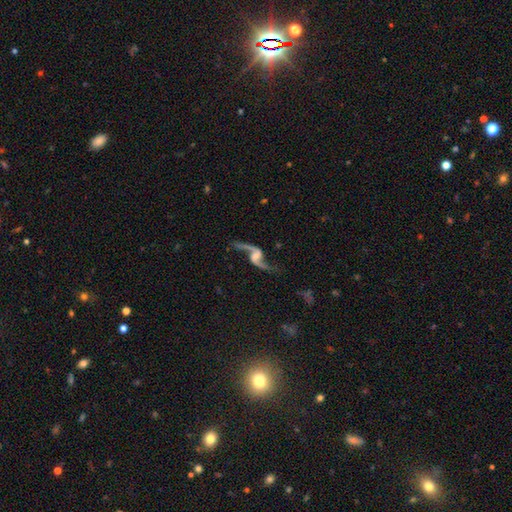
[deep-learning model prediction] Smooth or featured? featured or disk (91%)
Edge-on disk? no (97%)
Bar? weak (44%)
Spiral arms? yes (97%)
Spiral winding? loose (89%)
Spiral arm count? 2 (94%)
Bulge size? none (41%)
Merging? none (71%)